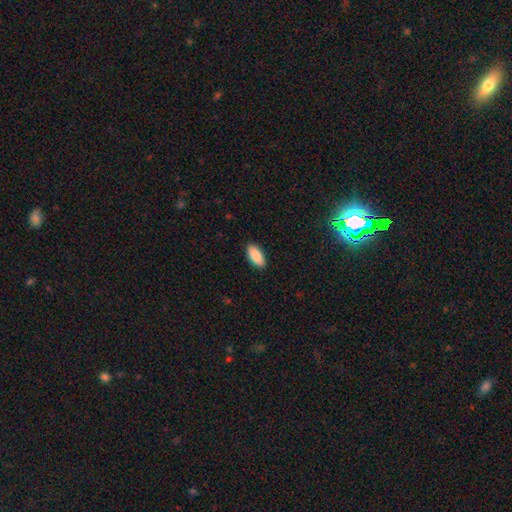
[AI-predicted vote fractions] Morphology: type=smooth (89%); roundness=in between (91%); merging=none (90%).